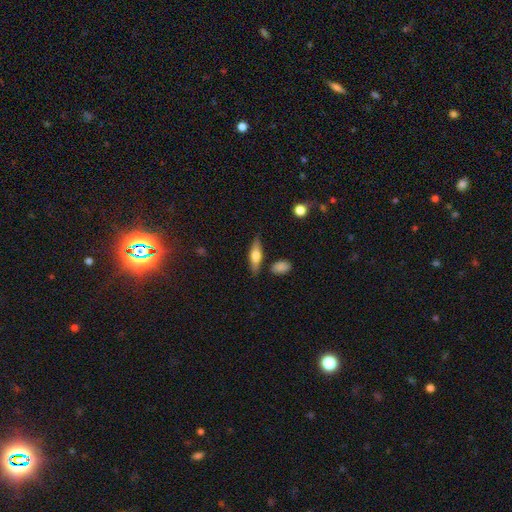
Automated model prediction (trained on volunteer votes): Smooth or featured?
  - smooth: 52% *
  - featured or disk: 42%
  - star or artifact: 6%
How rounded?
  - cigar-shaped: 53% *
  - in between: 44%
  - round: 3%
Merging?
  - none: 79% *
  - minor disturbance: 13%
  - merger: 5%
  - major disturbance: 3%